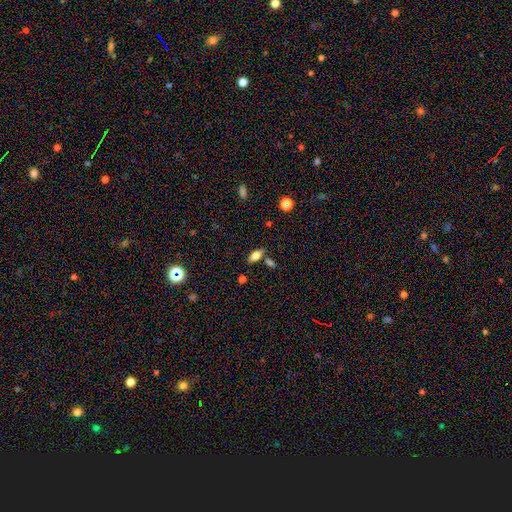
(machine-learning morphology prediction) type=smooth (69%); roundness=in between (83%); merging=none (71%).